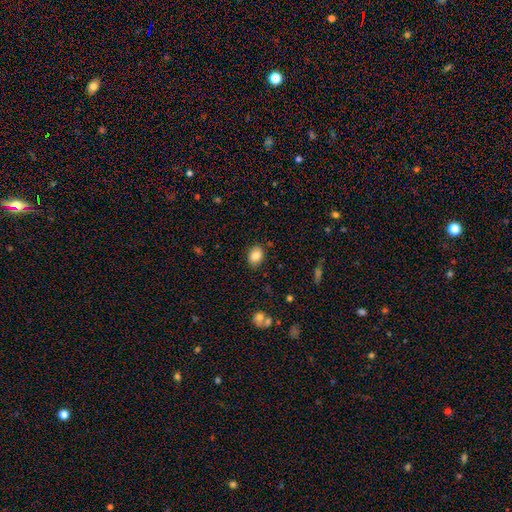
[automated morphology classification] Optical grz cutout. It shows a smooth galaxy with no disk features (84%) that is in between round and cigar-shaped (71%). Merging: none (85%).